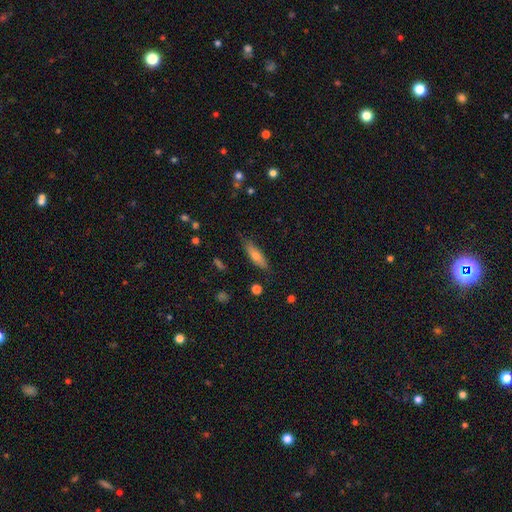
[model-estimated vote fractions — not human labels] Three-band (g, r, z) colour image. It shows a smooth galaxy with no disk features (65%) that is cigar-shaped (60%). Merging: none (77%).